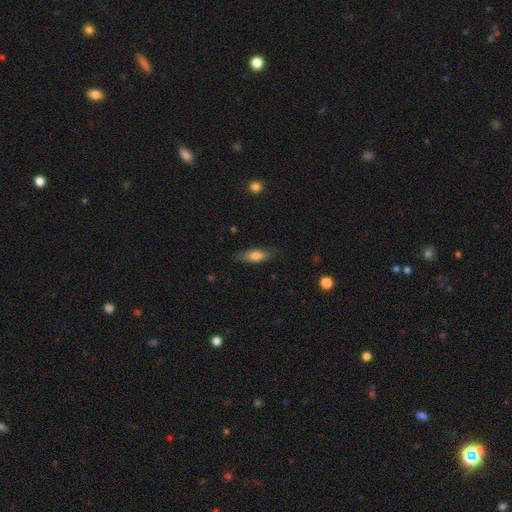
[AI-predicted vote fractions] Smooth or featured?
  - smooth: 74% *
  - featured or disk: 19%
  - star or artifact: 7%
How rounded?
  - in between: 60% *
  - cigar-shaped: 37%
  - round: 3%
Merging?
  - none: 81% *
  - minor disturbance: 15%
  - major disturbance: 3%
  - merger: 1%